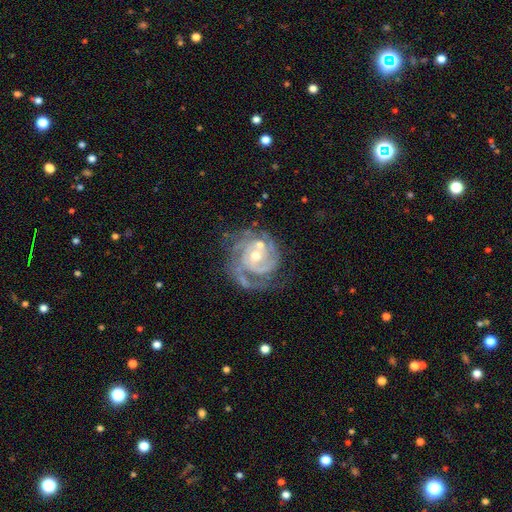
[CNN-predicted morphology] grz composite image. It shows a featured or disk galaxy (89%) with no bar (69%), 3 (31%) tight (71%) spiral arms (97%) and a moderate central bulge (55%). Merging: none (59%).